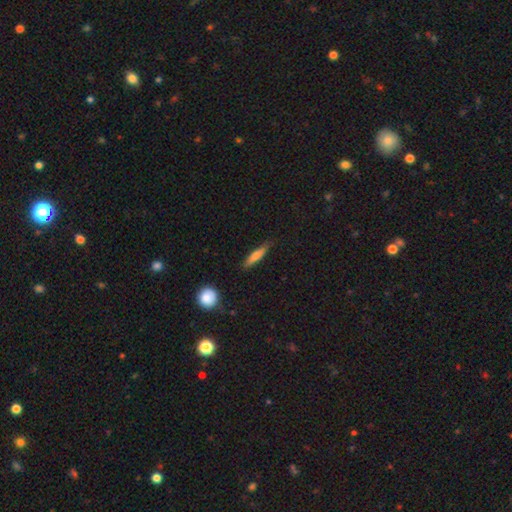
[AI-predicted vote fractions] Morphology: type=smooth (63%); roundness=cigar-shaped (84%); merging=none (82%).